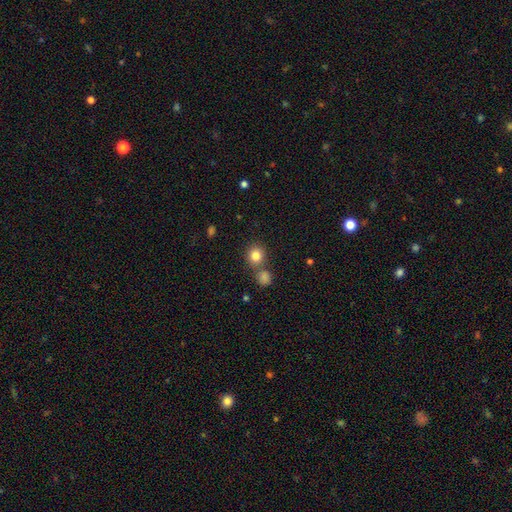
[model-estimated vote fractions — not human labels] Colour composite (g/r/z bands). It shows a smooth galaxy with no disk features (82%) that is round (87%). Merging: none (69%).